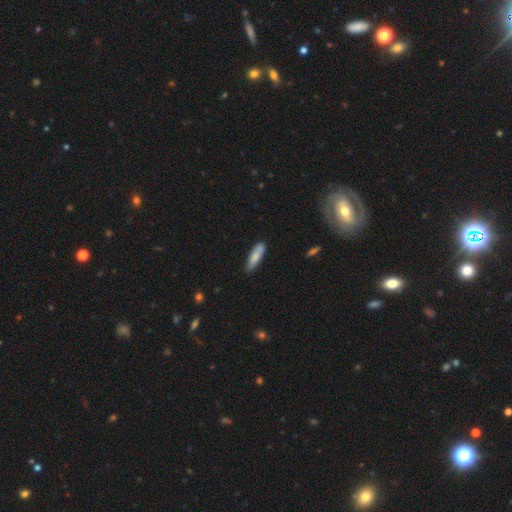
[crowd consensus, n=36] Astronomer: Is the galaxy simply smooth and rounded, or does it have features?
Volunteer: smooth — 75%.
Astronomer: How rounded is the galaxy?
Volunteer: cigar-shaped — 70%.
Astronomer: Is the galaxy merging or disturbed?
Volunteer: none — 59%.